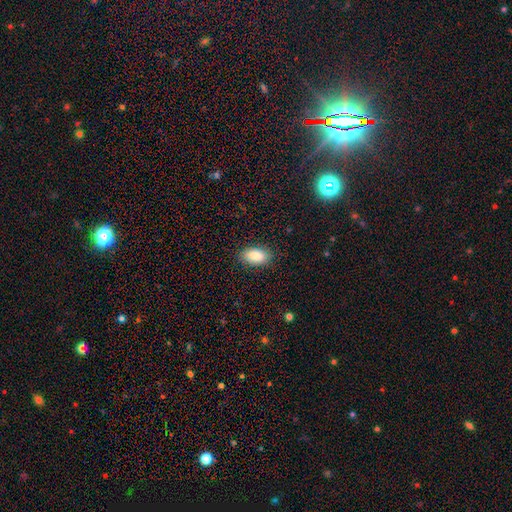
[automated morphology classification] The model was most divided on "merging": none: 86%, minor disturbance: 10%, major disturbance: 3%, merger: 1%. More confident: how rounded — in between (93%); smooth or featured — smooth (88%).